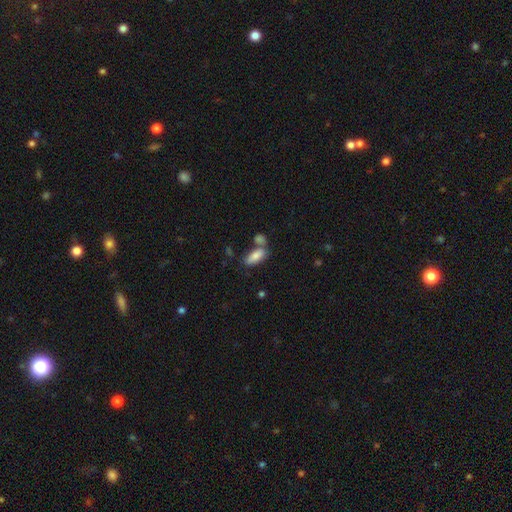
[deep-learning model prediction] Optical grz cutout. It shows a smooth galaxy with no disk features (83%) that is in between round and cigar-shaped (82%). Merging: none (53%).